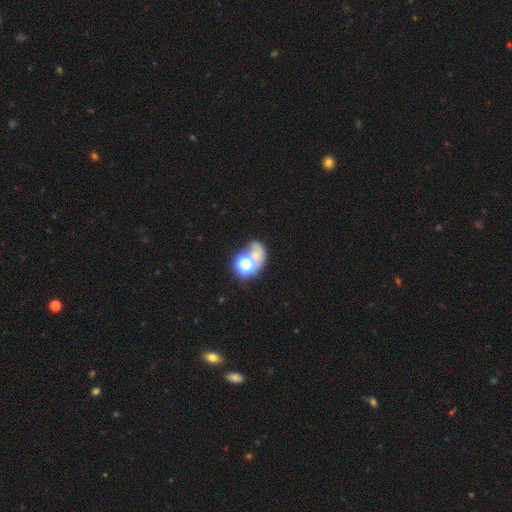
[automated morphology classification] smooth_or_featured: smooth (p=0.43) [alt: star or artifact p=0.29]
merging: merger (p=0.33) [alt: none p=0.31]